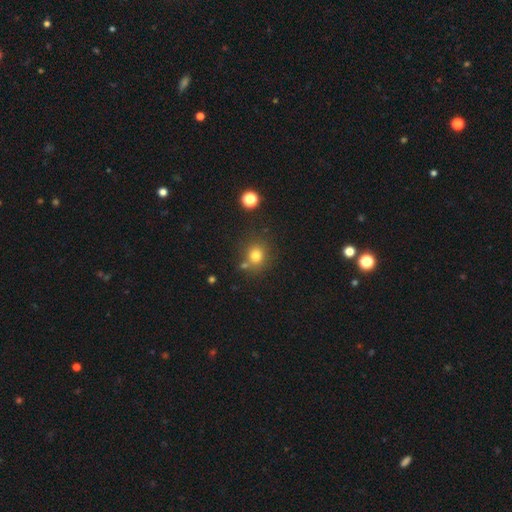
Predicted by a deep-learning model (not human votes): This is likely a smooth galaxy (78%). How rounded: clearly round (81%). Merging: likely none (73%).